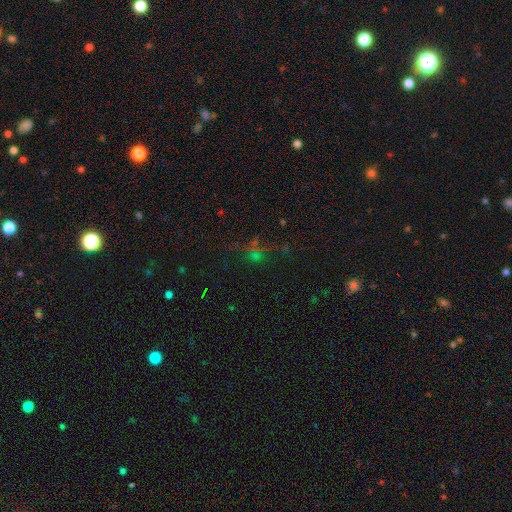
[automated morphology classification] This appears to be a star or artifact, not a galaxy (61%).